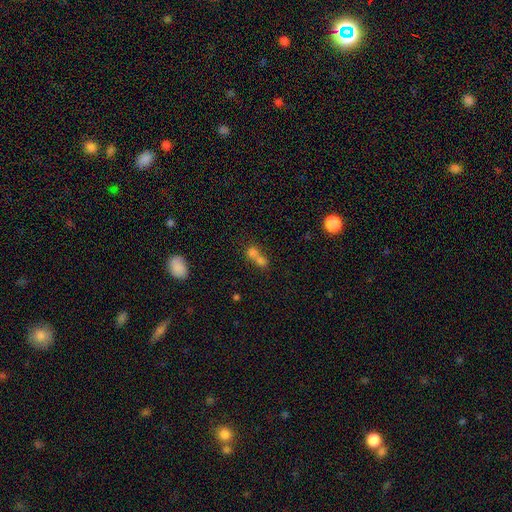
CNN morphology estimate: Smooth or featured: smooth — 68% (featured or disk — 17%)
How rounded: round — 64% (in between — 33%)
Merging: merger — 70% (none — 22%)